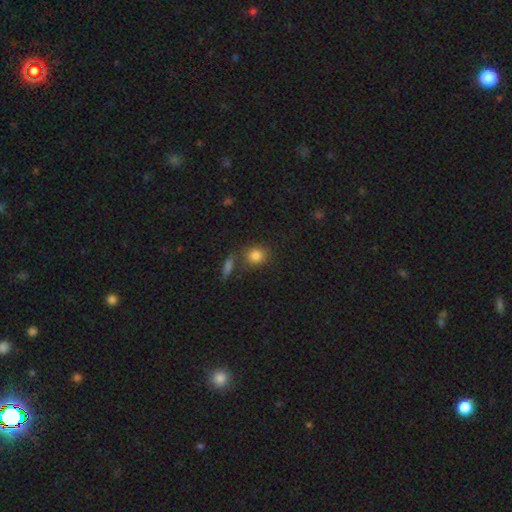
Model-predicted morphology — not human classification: Smooth or featured? Predicted: smooth (p=0.83). How rounded? Predicted: round (p=0.71). Merging? Predicted: none (p=0.68).